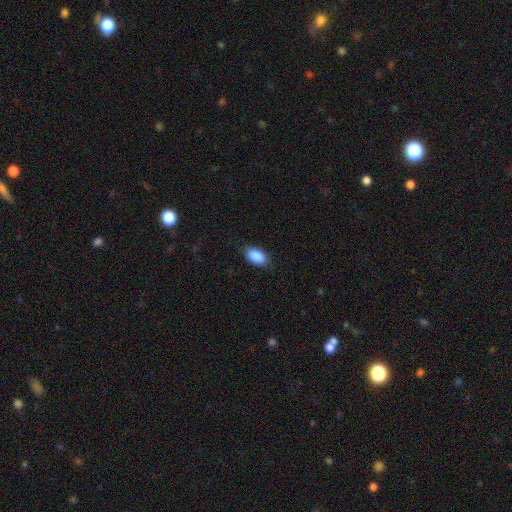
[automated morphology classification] A smooth galaxy with no disk features (88%) that is in between round and cigar-shaped (92%).

Vote fractions:
- Smooth or featured? smooth: 88% / star or artifact: 7% / featured or disk: 5%
- How rounded? in between: 92% / round: 6% / cigar-shaped: 3%
- Merging? none: 82% / minor disturbance: 14% / major disturbance: 3% / merger: 1%